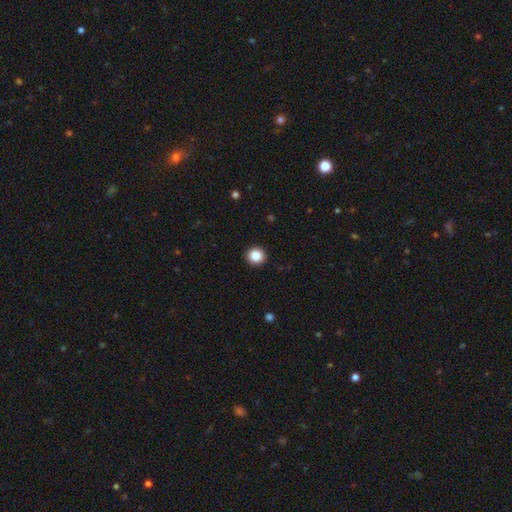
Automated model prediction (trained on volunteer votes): A smooth galaxy with no disk features (86%) that is round (93%). Merging: none (93%).